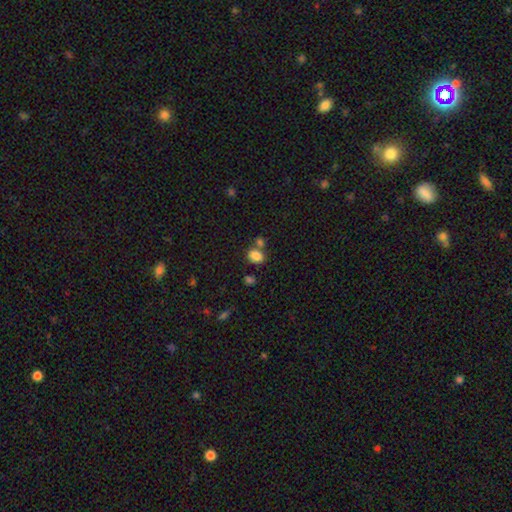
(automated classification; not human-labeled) smooth_or_featured: smooth (p=0.84) [alt: star or artifact p=0.11]
how_rounded: in between (p=0.68) [alt: round p=0.31]
merging: none (p=0.59) [alt: merger p=0.25]